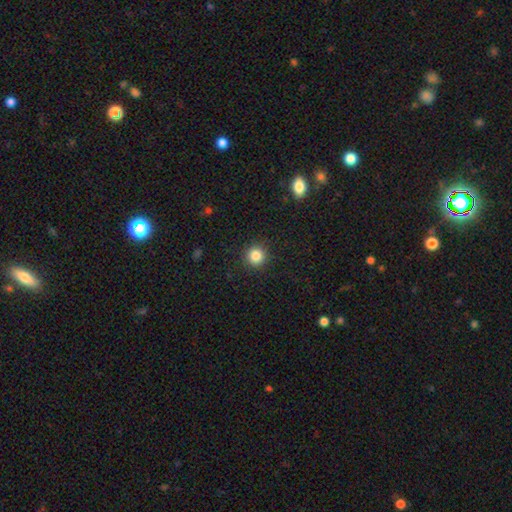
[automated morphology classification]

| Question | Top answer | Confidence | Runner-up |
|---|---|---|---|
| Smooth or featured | smooth | 84% | star or artifact (11%) |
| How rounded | round | 94% | in between (5%) |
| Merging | none | 91% | minor disturbance (6%) |